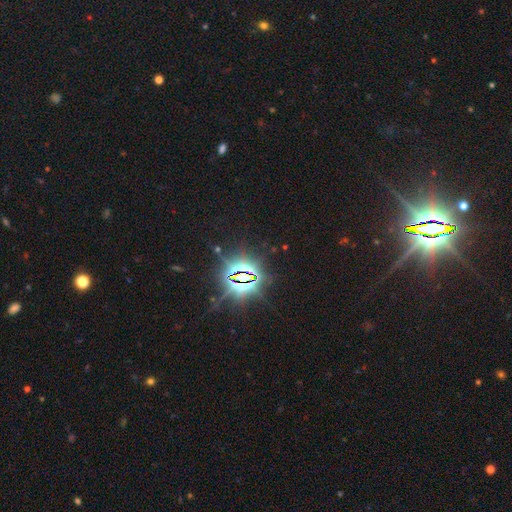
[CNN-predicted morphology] smooth_or_featured: star or artifact (p=0.86) [alt: featured or disk p=0.07]